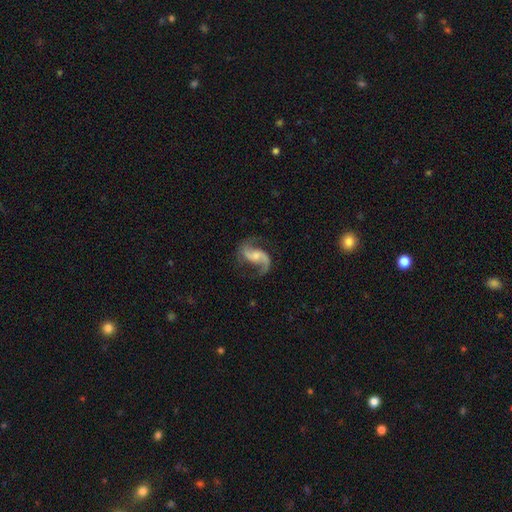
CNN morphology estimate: Smooth or featured? featured or disk (89%)
Edge-on disk? no (98%)
Bar? no (43%)
Spiral arms? yes (97%)
Spiral winding? loose (57%)
Spiral arm count? 2 (92%)
Bulge size? small (44%)
Merging? none (73%)